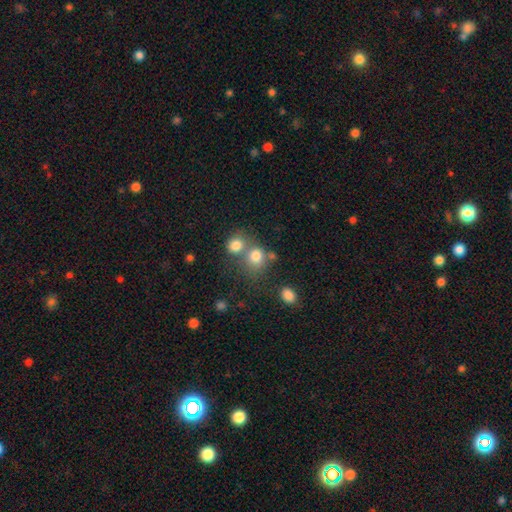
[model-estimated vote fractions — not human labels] Overall: smooth (78%). How rounded: round (73%). Merging: merger (45%; none 42%).